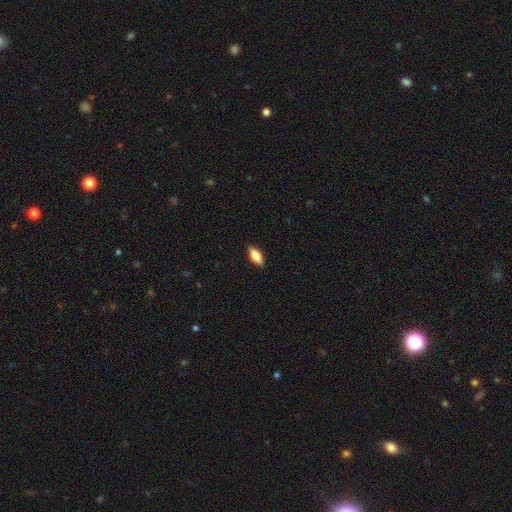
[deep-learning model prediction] The model was most divided on "smooth or featured": smooth: 80%, featured or disk: 14%, star or artifact: 6%. More confident: merging — none (88%); how rounded — in between (82%).